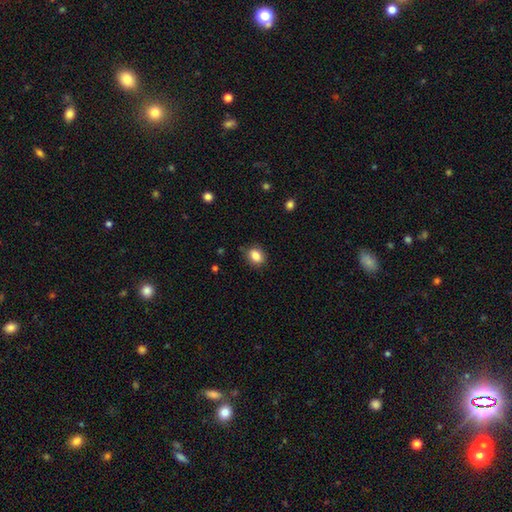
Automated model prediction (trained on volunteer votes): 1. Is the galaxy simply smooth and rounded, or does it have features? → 85% smooth, 9% star or artifact, 6% featured or disk.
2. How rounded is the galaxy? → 58% in between, 41% round, 1% cigar-shaped.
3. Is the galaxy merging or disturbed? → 84% none, 12% minor disturbance, 3% major disturbance, 1% merger.